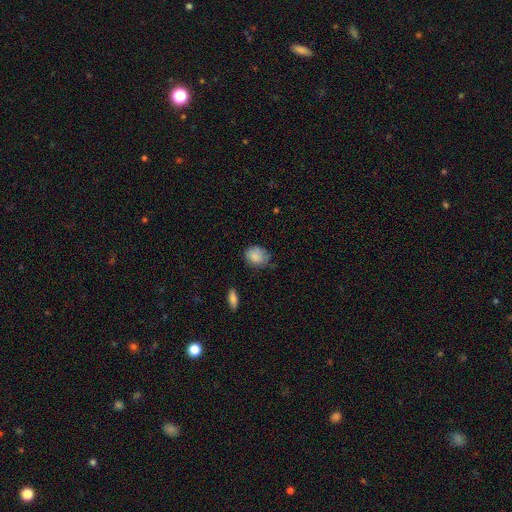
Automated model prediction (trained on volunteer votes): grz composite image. It shows a smooth galaxy with no disk features (85%) that is round (53%). Merging: none (64%).